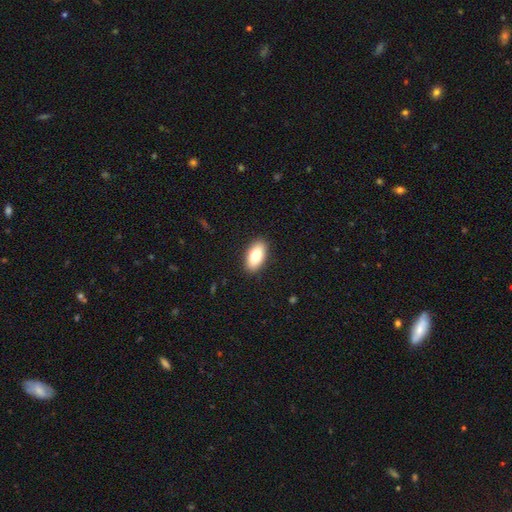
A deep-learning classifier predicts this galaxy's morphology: type=smooth (79%); roundness=in between (93%); merging=none (90%).